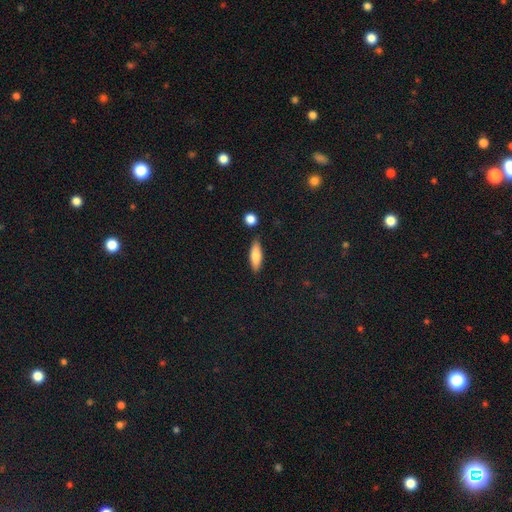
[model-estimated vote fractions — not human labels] This is likely a smooth galaxy (79%). How rounded: possibly in between (52%). Merging: clearly none (82%).